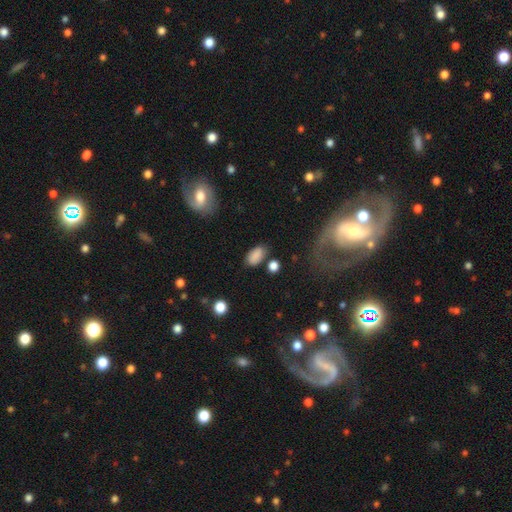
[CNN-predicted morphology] Q: Smooth or featured?
A: smooth (86%); runner-up: star or artifact (9%)
Q: How rounded?
A: in between (92%); runner-up: round (6%)
Q: Merging?
A: none (76%); runner-up: minor disturbance (15%)